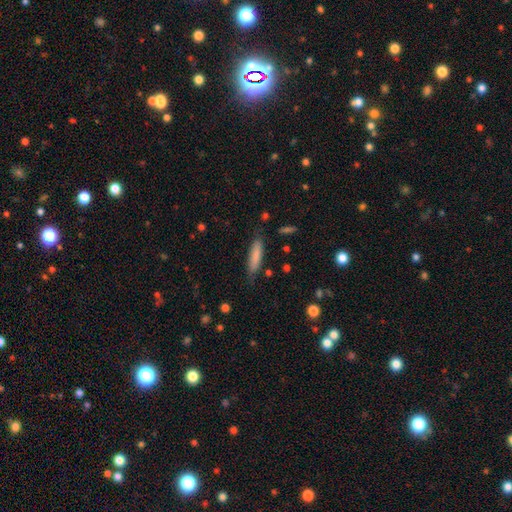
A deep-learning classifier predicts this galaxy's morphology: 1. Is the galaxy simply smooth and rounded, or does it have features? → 81% smooth, 13% featured or disk, 6% star or artifact.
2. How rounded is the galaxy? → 76% cigar-shaped, 22% in between, 1% round.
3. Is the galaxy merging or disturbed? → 78% none, 17% minor disturbance, 3% major disturbance, 2% merger.